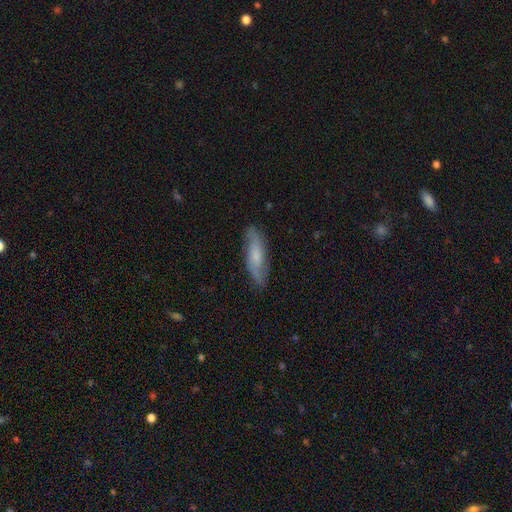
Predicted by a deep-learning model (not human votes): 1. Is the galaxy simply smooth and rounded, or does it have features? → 58% featured or disk, 35% smooth, 7% star or artifact.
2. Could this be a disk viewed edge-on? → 75% no, 25% yes.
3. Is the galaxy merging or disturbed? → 81% none, 15% minor disturbance, 4% major disturbance, 1% merger.